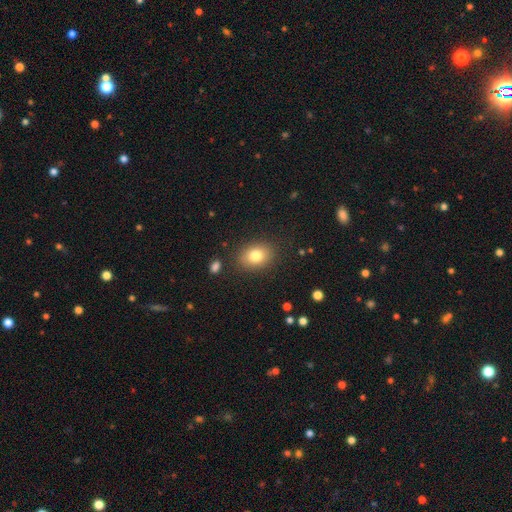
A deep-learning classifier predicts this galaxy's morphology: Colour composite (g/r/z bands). It shows a smooth galaxy with no disk features (80%) that is in between round and cigar-shaped (65%). Merging: none (85%).